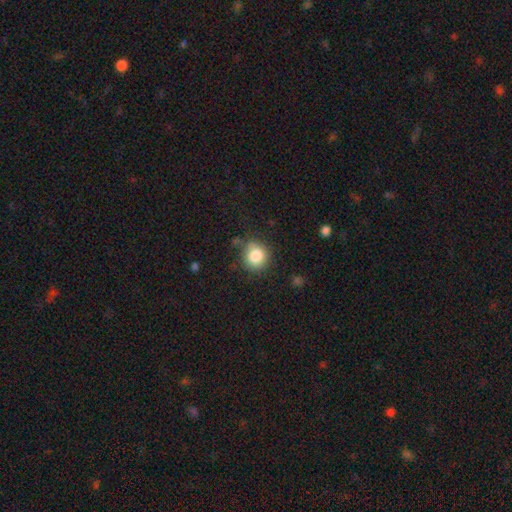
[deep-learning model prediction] smooth-or-featured: smooth: 84% | star or artifact: 10% | featured or disk: 6%
  how-rounded: round: 86% | in between: 13% | cigar-shaped: 1%
  merging: none: 73% | minor disturbance: 18% | major disturbance: 6% | merger: 4%